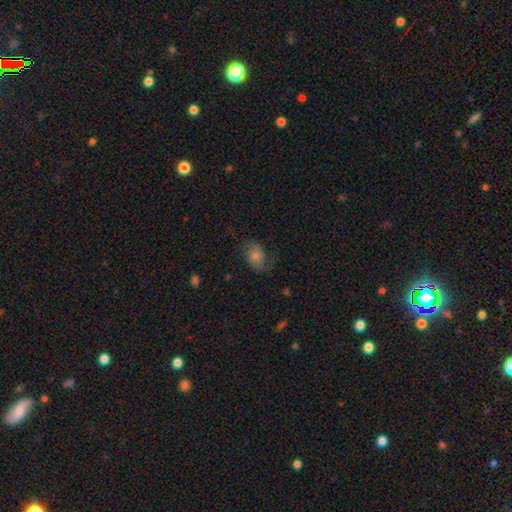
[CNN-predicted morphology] The model was most divided on "smooth or featured": featured or disk: 50%, smooth: 36%, star or artifact: 14%. More confident: edge-on disk — no (96%); merging — none (68%).